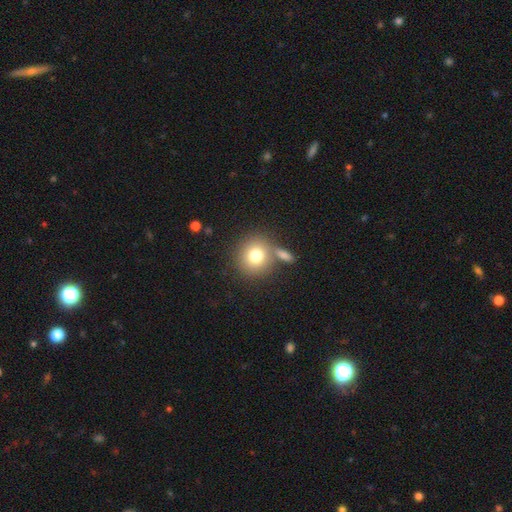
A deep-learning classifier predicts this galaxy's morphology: Smooth or featured?
  - smooth: 76% *
  - featured or disk: 13%
  - star or artifact: 11%
How rounded?
  - round: 88% *
  - in between: 11%
  - cigar-shaped: 1%
Merging?
  - none: 68% *
  - merger: 18%
  - minor disturbance: 10%
  - major disturbance: 4%